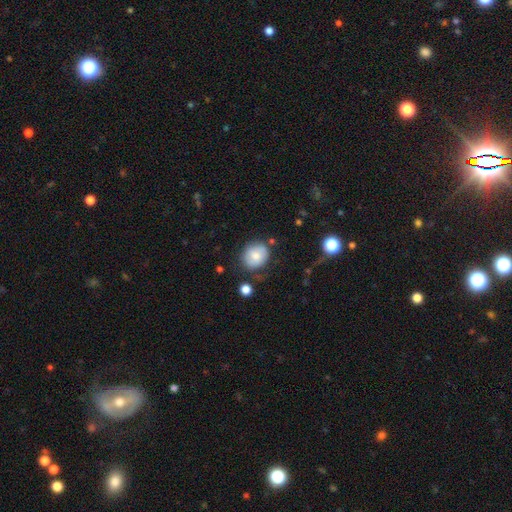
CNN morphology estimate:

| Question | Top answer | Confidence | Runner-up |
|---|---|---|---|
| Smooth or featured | smooth | 75% | featured or disk (17%) |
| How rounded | round | 69% | in between (30%) |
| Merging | none | 73% | minor disturbance (18%) |